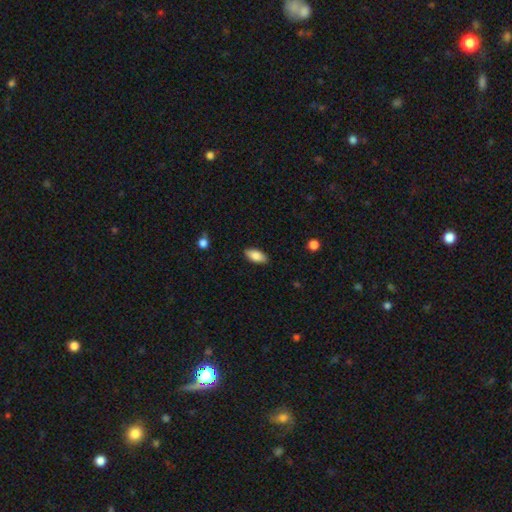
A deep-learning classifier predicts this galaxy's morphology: smooth 84%, featured or disk 9%, star or artifact 7%. Down the decision tree: how rounded — in between (88%); merging — none (88%).